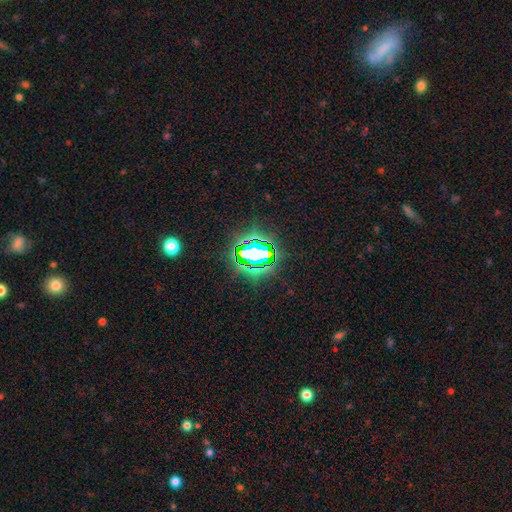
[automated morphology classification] A star or artifact, not a galaxy (73%).